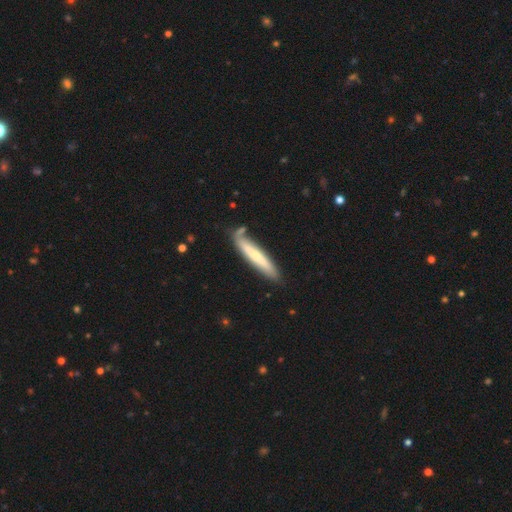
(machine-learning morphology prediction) smooth 57%, featured or disk 37%, star or artifact 5%. Down the decision tree: how rounded — cigar-shaped (91%); merging — none (76%).